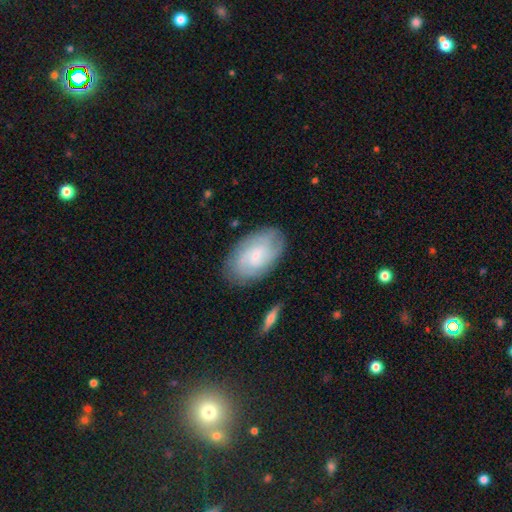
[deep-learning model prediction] Smooth or featured?
  - featured or disk: 64% *
  - smooth: 29%
  - star or artifact: 7%
Edge-on disk?
  - no: 95% *
  - yes: 5%
Bar?
  - no: 63% *
  - weak: 33%
  - strong: 5%
Spiral arms?
  - yes: 90% *
  - no: 10%
Spiral winding?
  - tight: 58% *
  - medium: 32%
  - loose: 10%
Spiral arm count?
  - can't tell: 44% *
  - 2: 19%
  - 3: 16%
  - 4: 12%
  - more than 4: 5%
  - 1: 4%
Bulge size?
  - small: 73% *
  - moderate: 20%
  - none: 4%
  - large: 2%
  - dominant: 1%
Merging?
  - none: 80% *
  - minor disturbance: 15%
  - major disturbance: 4%
  - merger: 2%